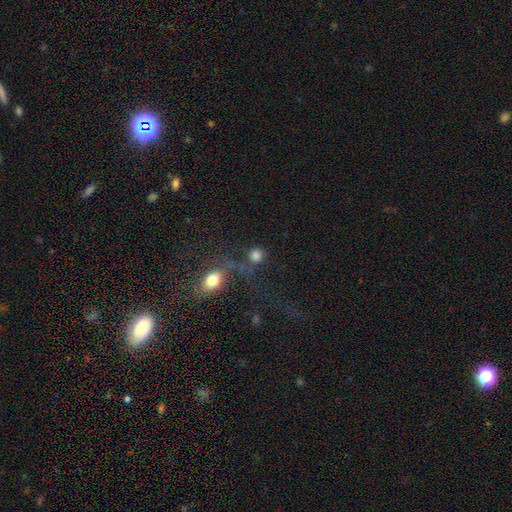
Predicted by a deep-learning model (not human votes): Smooth or featured? Predicted: smooth (p=0.81). How rounded? Predicted: round (p=0.85). Merging? Predicted: none (p=0.64).